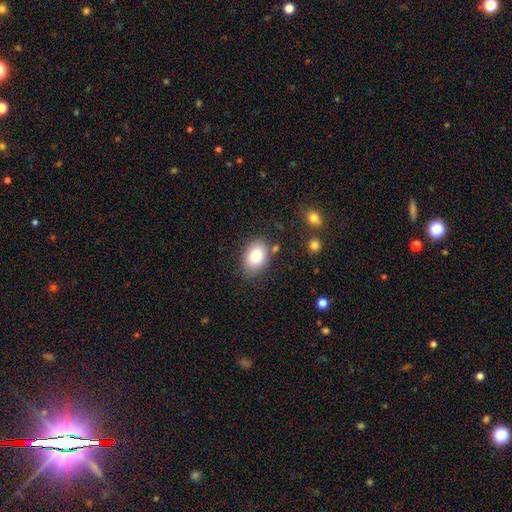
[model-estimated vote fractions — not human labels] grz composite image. It shows a smooth galaxy with no disk features (83%) that is in between round and cigar-shaped (83%). Merging: none (77%).